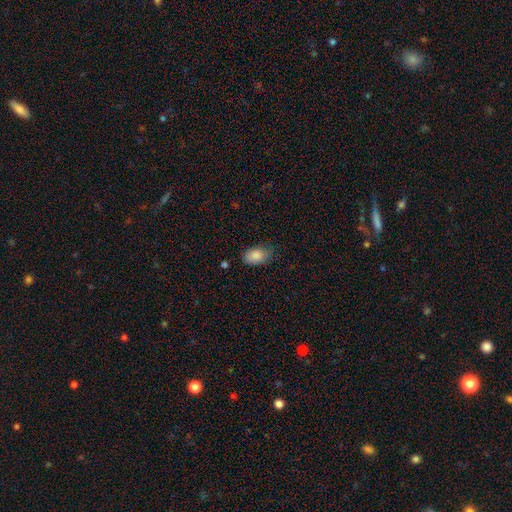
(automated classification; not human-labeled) This is clearly a smooth galaxy (87%). How rounded: clearly in between (91%). Merging: likely none (72%).